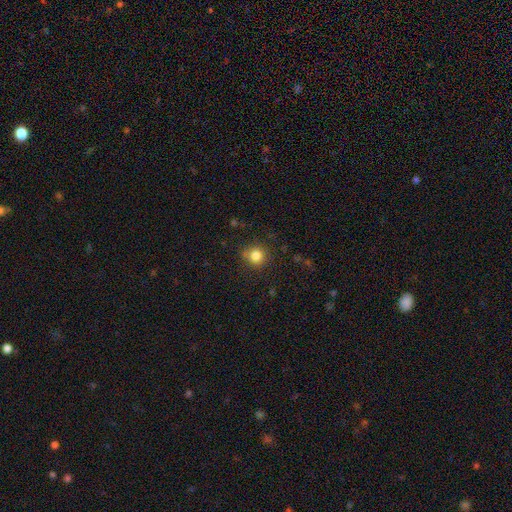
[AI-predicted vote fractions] This is clearly a smooth galaxy (83%). How rounded: clearly round (91%). Merging: clearly none (81%).